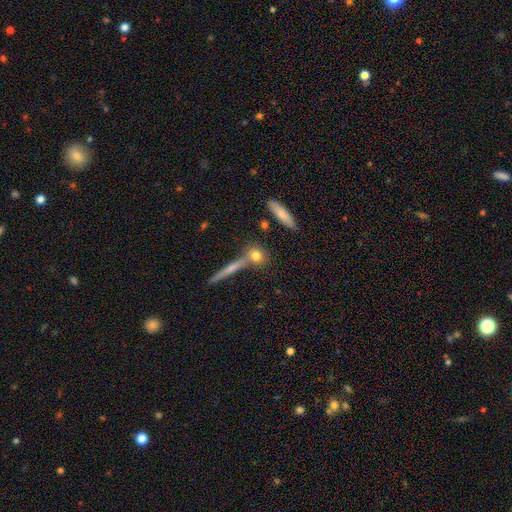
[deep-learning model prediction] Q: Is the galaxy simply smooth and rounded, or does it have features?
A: smooth — 74%.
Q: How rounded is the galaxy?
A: round — 58%.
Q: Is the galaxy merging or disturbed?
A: none — 66%.